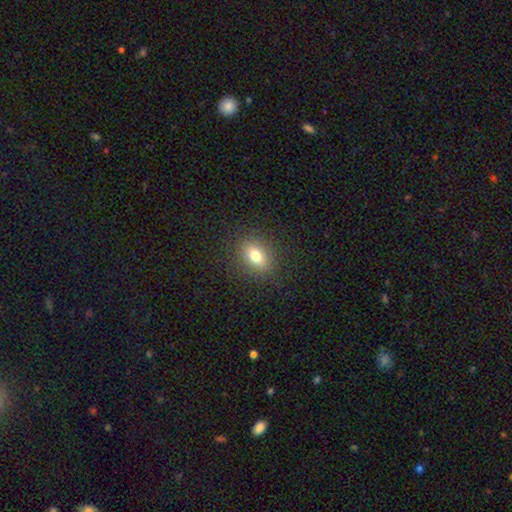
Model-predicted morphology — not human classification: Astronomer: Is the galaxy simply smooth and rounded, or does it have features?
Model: smooth — 77%.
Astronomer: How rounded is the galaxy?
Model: in between — 67%.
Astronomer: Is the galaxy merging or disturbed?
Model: none — 88%.